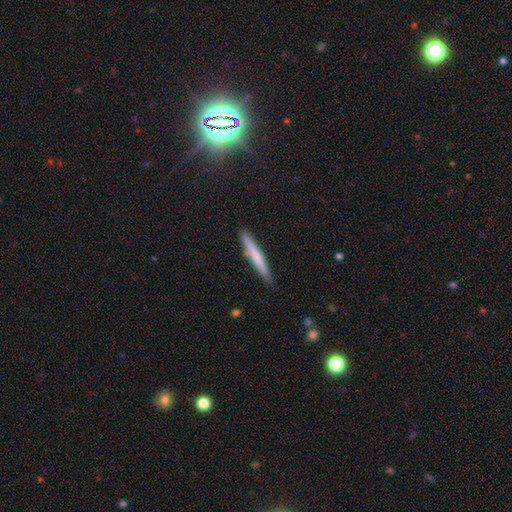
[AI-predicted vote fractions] This appears to be a smooth galaxy with no disk features (64%) that is cigar-shaped (96%). Merging: none (88%).